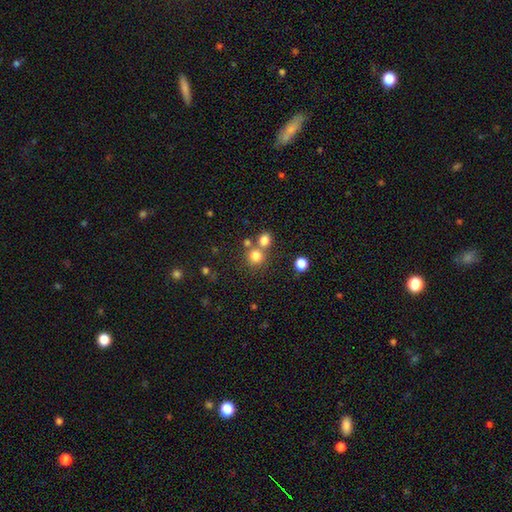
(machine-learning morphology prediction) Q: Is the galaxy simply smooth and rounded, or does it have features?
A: smooth — 78%.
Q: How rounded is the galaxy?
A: round — 89%.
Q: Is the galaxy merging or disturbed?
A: none — 61%.